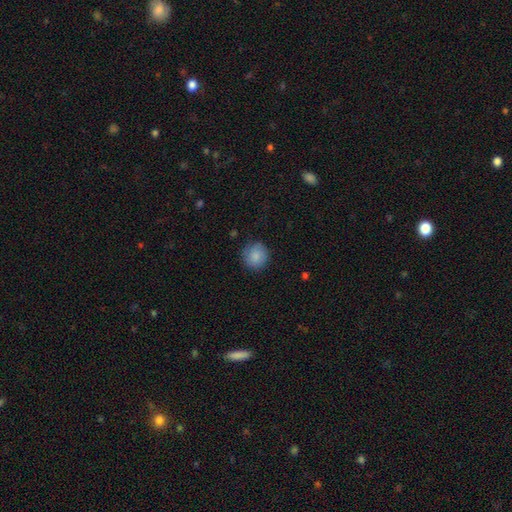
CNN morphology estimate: This is clearly a smooth galaxy (86%). How rounded: clearly round (88%). Merging: clearly none (83%).